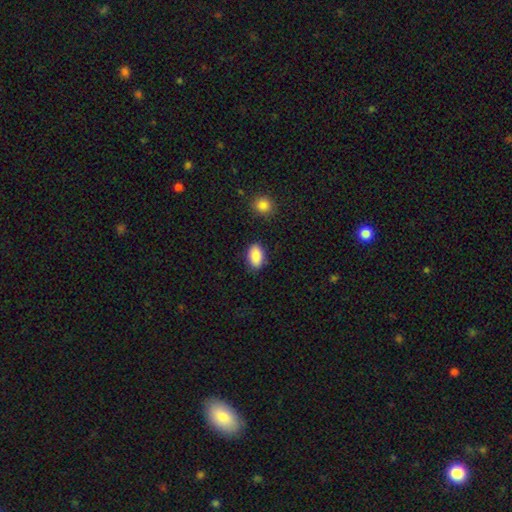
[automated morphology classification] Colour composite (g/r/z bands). It shows a smooth galaxy with no disk features (88%) that is in between round and cigar-shaped (91%). Merging: none (83%).